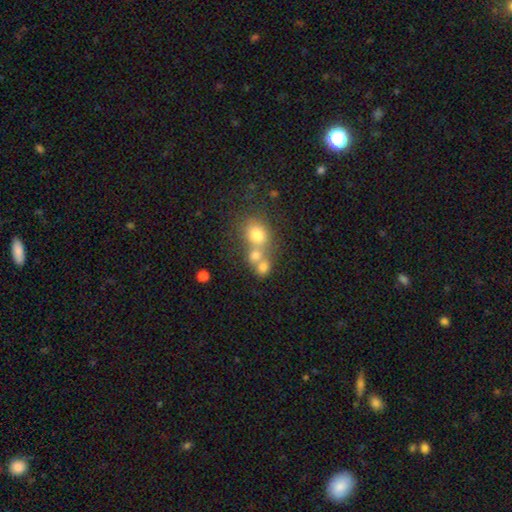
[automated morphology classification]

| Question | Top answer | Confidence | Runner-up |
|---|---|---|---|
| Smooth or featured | smooth | 71% | star or artifact (14%) |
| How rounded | round | 71% | in between (28%) |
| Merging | merger | 54% | none (35%) |